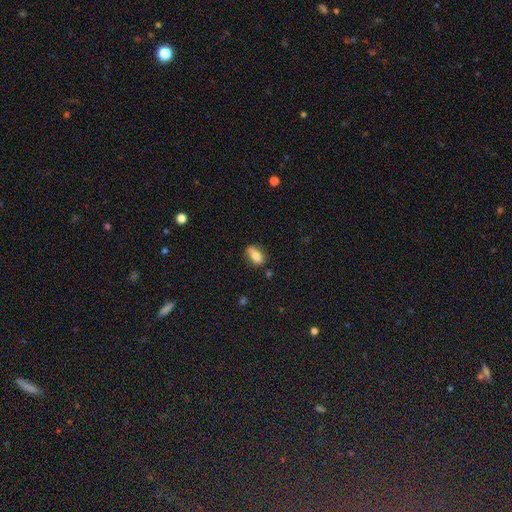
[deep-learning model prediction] Q: Smooth or featured?
A: smooth (78%); runner-up: featured or disk (13%)
Q: How rounded?
A: in between (85%); runner-up: round (9%)
Q: Merging?
A: none (57%); runner-up: minor disturbance (27%)